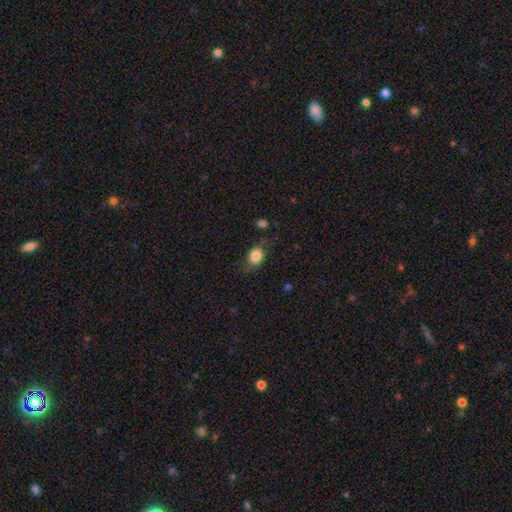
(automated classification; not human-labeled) A smooth galaxy with no disk features (78%) that is in between round and cigar-shaped (59%).

Vote fractions:
- Smooth or featured? smooth: 78% / featured or disk: 14% / star or artifact: 9%
- How rounded? in between: 59% / round: 39% / cigar-shaped: 2%
- Merging? none: 61% / minor disturbance: 25% / major disturbance: 12% / merger: 2%